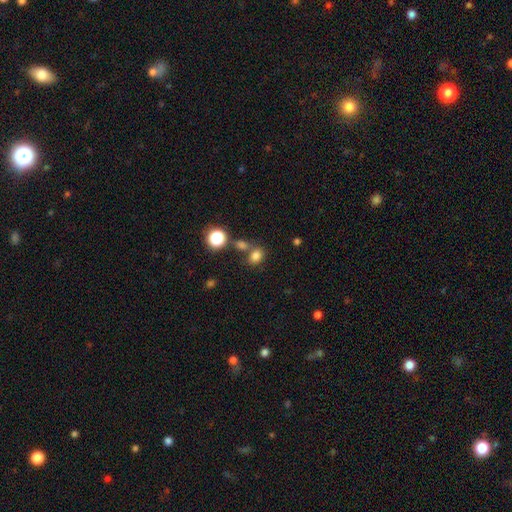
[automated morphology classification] A smooth galaxy with no disk features (78%) that is in between round and cigar-shaped (55%).

Vote fractions:
- Smooth or featured? smooth: 78% / star or artifact: 16% / featured or disk: 6%
- How rounded? in between: 55% / round: 43% / cigar-shaped: 1%
- Merging? none: 59% / merger: 24% / minor disturbance: 12% / major disturbance: 5%